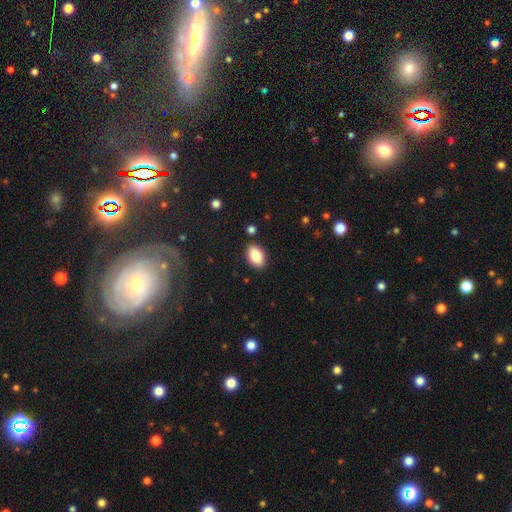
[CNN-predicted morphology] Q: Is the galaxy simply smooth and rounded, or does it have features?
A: smooth — 85%.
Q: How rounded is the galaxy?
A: in between — 89%.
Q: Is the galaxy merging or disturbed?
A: none — 86%.